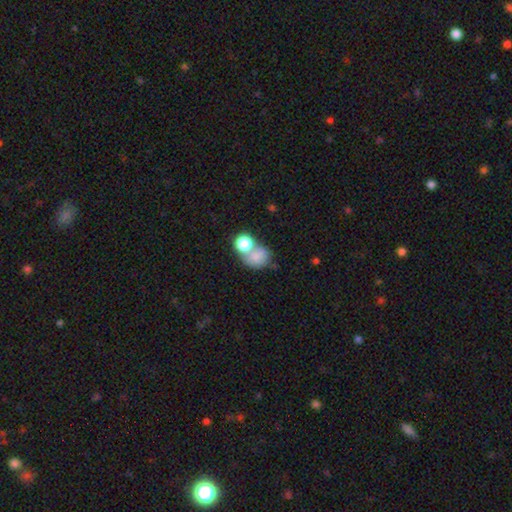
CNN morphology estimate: Smooth or featured? Predicted: smooth (p=0.77). How rounded? Predicted: round (p=0.63). Merging? Predicted: merger (p=0.52).